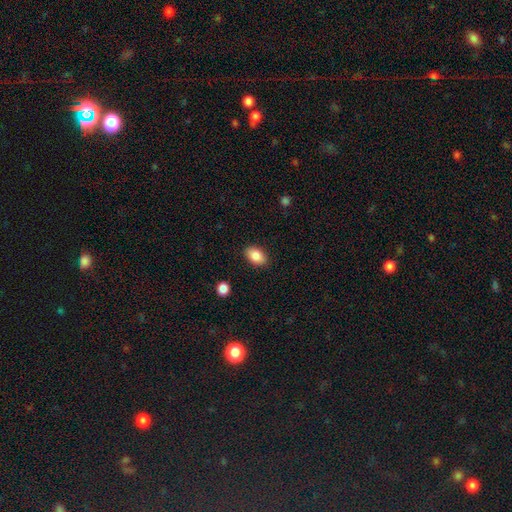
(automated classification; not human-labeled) smooth-or-featured: smooth: 86% | star or artifact: 8% | featured or disk: 6%
  how-rounded: in between: 89% | round: 10% | cigar-shaped: 1%
  merging: none: 88% | minor disturbance: 9% | major disturbance: 2% | merger: 1%